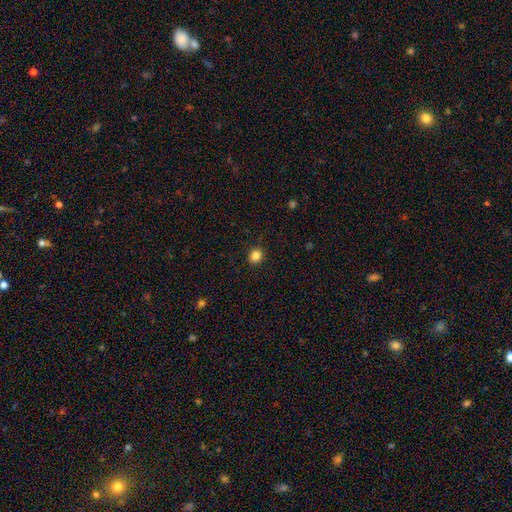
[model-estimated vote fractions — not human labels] Smooth or featured? Predicted: smooth (p=0.85). How rounded? Predicted: round (p=0.87). Merging? Predicted: none (p=0.92).